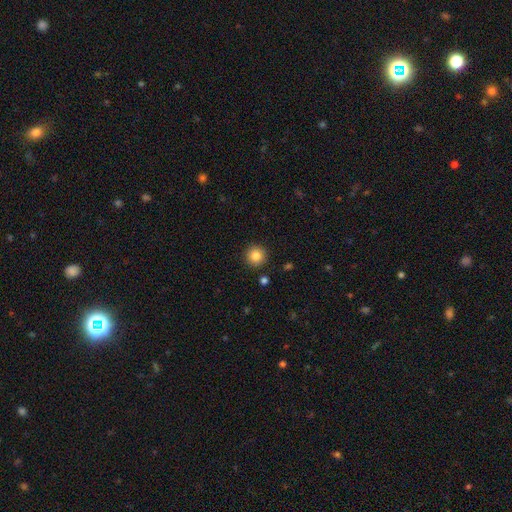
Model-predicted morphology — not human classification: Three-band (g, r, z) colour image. It shows a smooth galaxy with no disk features (85%) that is round (95%). Merging: none (91%).